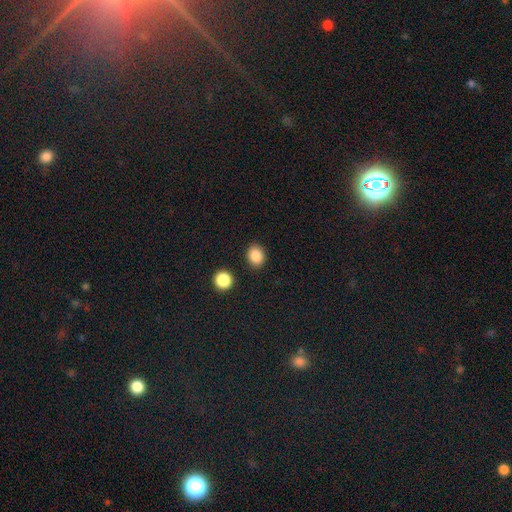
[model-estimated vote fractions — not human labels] Smooth or featured? Predicted: smooth (p=0.86). How rounded? Predicted: round (p=0.54). Merging? Predicted: none (p=0.87).